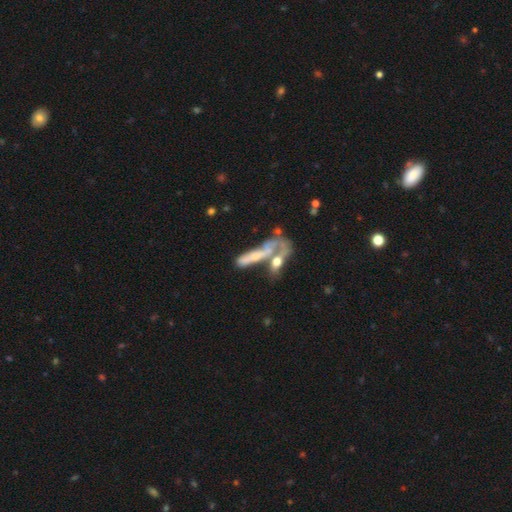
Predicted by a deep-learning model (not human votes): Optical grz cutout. It shows a featured or disk galaxy (51%). Merging: merger (54%).